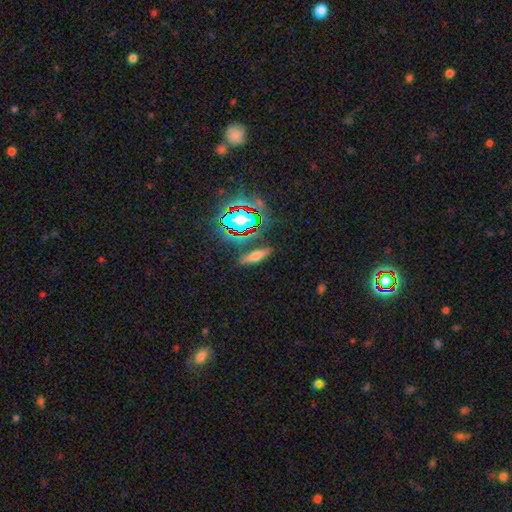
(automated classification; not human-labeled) smooth_or_featured: smooth (p=0.49) [alt: featured or disk p=0.30]
merging: none (p=0.82) [alt: minor disturbance p=0.11]